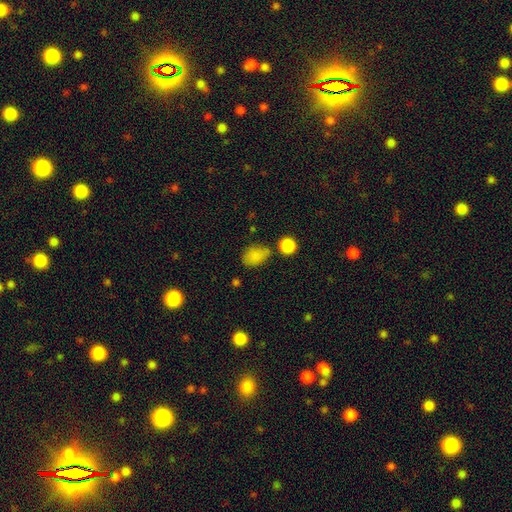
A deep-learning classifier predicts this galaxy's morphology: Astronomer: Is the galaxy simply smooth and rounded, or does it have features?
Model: smooth — 84%.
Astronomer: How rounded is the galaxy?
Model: in between — 74%.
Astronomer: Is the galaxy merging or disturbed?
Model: none — 65%.